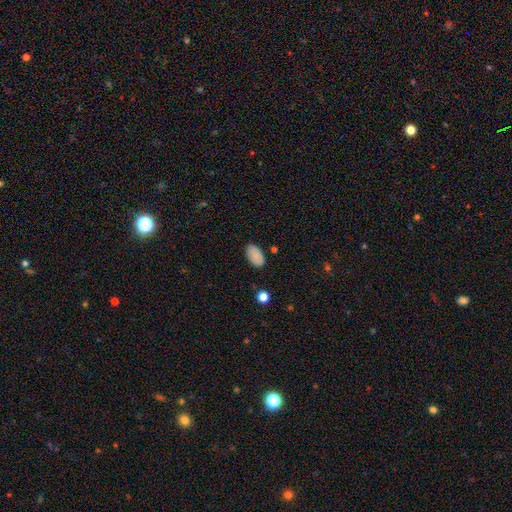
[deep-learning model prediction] Smooth or featured? Predicted: smooth (p=0.86). How rounded? Predicted: in between (p=0.94). Merging? Predicted: none (p=0.83).